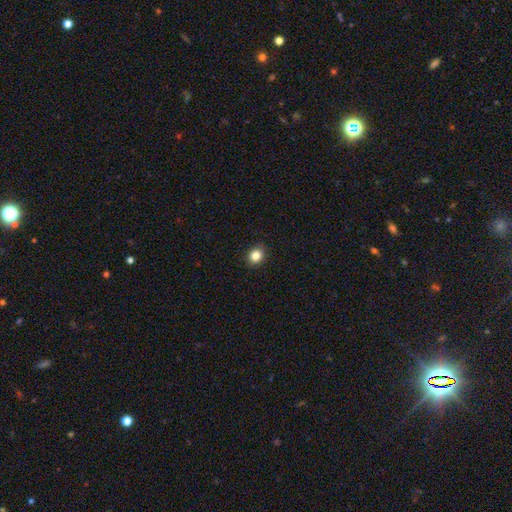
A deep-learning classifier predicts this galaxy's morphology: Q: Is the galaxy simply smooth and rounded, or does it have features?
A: smooth — 84%.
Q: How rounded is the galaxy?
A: round — 71%.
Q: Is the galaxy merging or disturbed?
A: none — 91%.